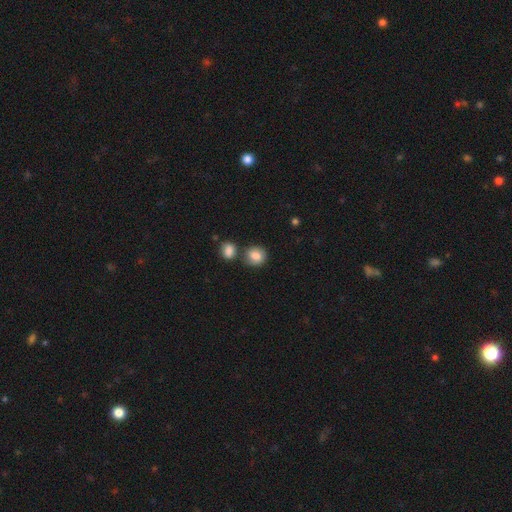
This is clearly a smooth galaxy (89%). How rounded: clearly round (82%). Merging: possibly none (54%).